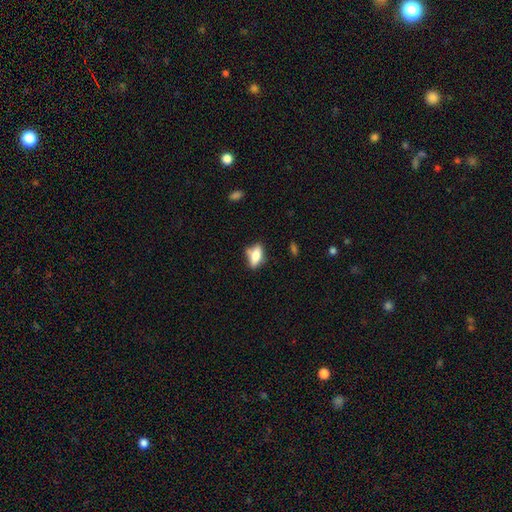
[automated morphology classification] type=smooth (70%); roundness=in between (79%); merging=none (61%).